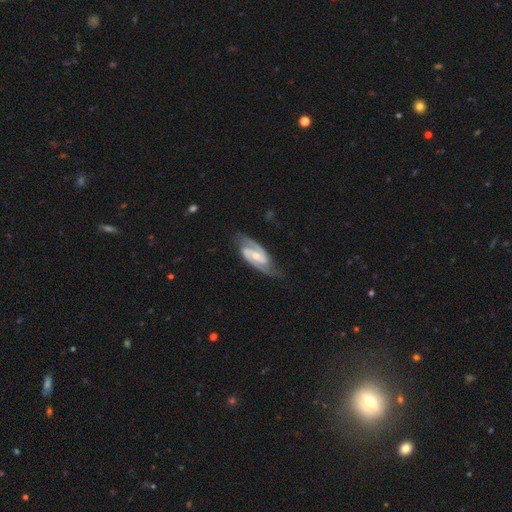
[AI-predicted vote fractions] Q: Smooth or featured?
A: featured or disk (89%); runner-up: smooth (6%)
Q: Edge-on disk?
A: no (96%); runner-up: yes (4%)
Q: Bar?
A: weak (44%); runner-up: strong (31%)
Q: Spiral arms?
A: yes (98%); runner-up: no (2%)
Q: Spiral winding?
A: medium (53%); runner-up: tight (33%)
Q: Spiral arm count?
A: 2 (92%); runner-up: can't tell (3%)
Q: Bulge size?
A: small (53%); runner-up: moderate (41%)
Q: Merging?
A: none (78%); runner-up: minor disturbance (16%)